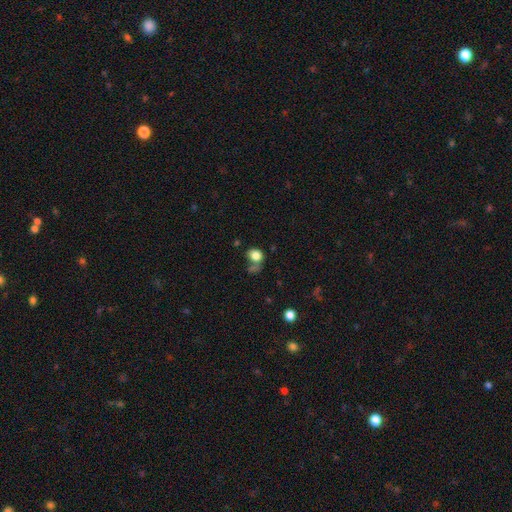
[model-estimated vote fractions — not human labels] This is clearly a smooth galaxy (82%). How rounded: possibly round (57%). Merging: possibly none (45%).